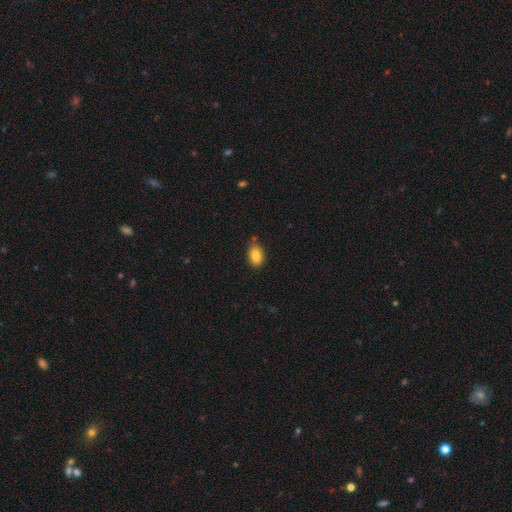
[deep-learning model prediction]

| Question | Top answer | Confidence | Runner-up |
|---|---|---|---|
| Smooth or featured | smooth | 85% | star or artifact (8%) |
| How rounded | in between | 85% | round (14%) |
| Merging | none | 79% | minor disturbance (16%) |